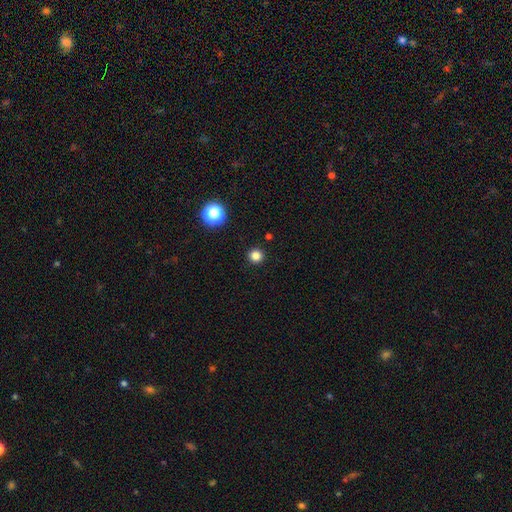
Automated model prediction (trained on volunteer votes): This appears to be a smooth galaxy with no disk features (82%) that is round (96%). Merging: none (93%).